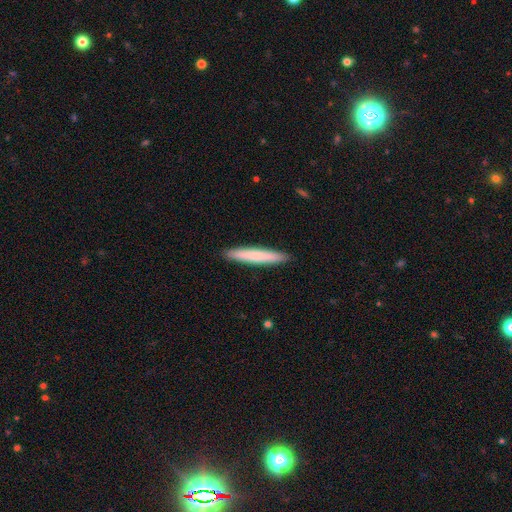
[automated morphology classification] This is likely a smooth galaxy (73%). How rounded: clearly cigar-shaped (95%). Merging: clearly none (92%).